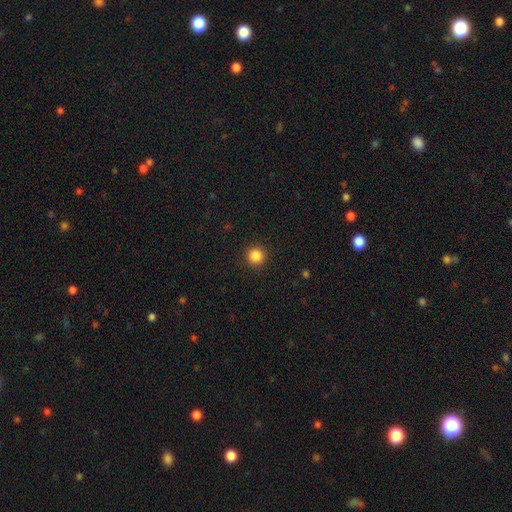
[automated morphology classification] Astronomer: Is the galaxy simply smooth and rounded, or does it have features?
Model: smooth — 86%.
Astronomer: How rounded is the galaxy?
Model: round — 95%.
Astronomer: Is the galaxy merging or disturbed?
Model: none — 92%.